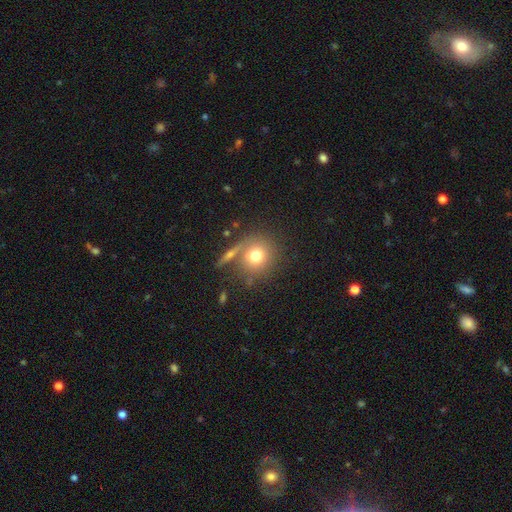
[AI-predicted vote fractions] Smooth or featured? smooth (72%)
How rounded? round (88%)
Merging? none (68%)